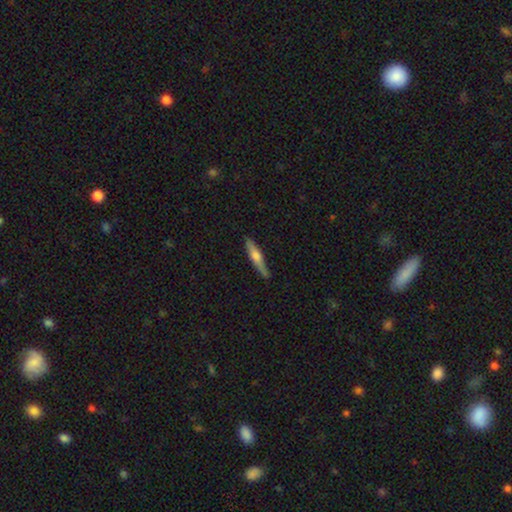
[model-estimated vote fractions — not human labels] A smooth galaxy with no disk features (52%) that is cigar-shaped (86%). Merging: none (79%).